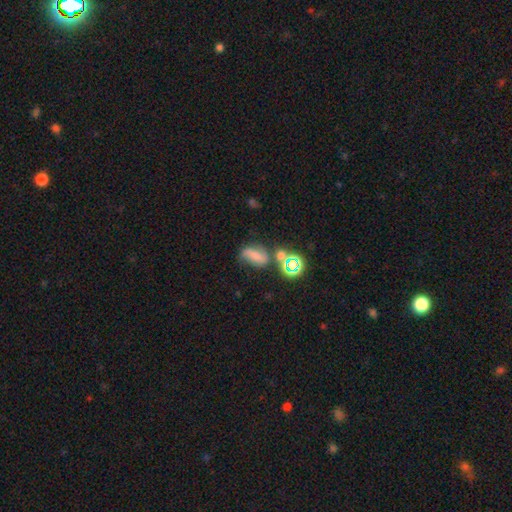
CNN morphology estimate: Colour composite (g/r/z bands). It shows a smooth galaxy with no disk features (48%). Merging: none (45%).